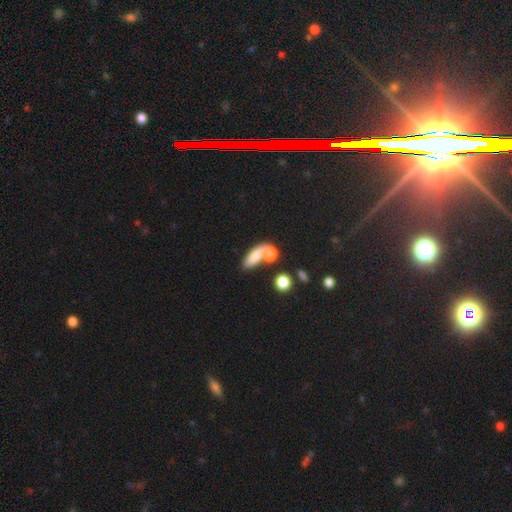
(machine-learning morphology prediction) Smooth or featured? smooth (74%)
How rounded? in between (68%)
Merging? merger (41%)